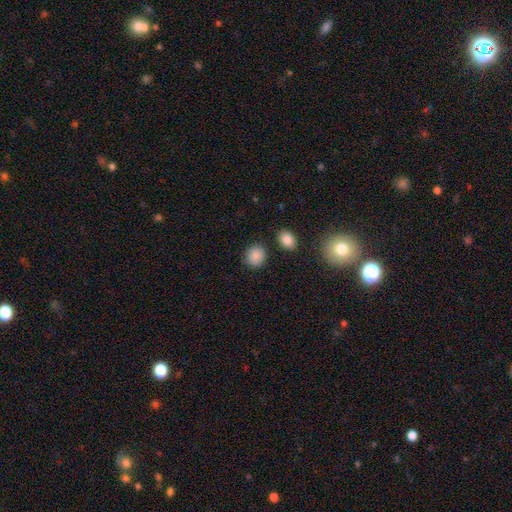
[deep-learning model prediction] This is clearly a smooth galaxy (87%). How rounded: likely round (77%). Merging: clearly none (85%).